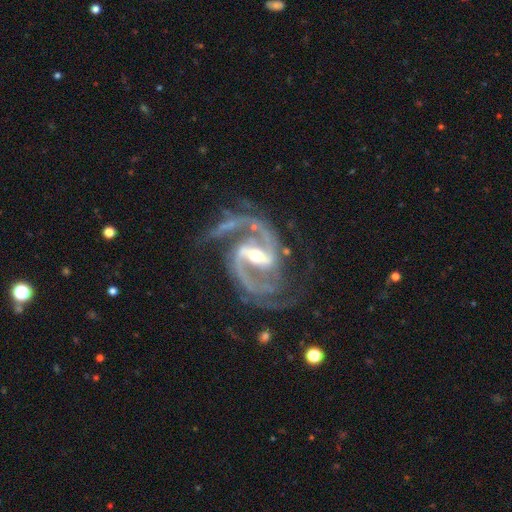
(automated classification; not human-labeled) A featured or disk galaxy (94%) with a strong bar (57%), 2 (92%) medium (65%) spiral arms (99%) and a moderate central bulge (61%). Merging: none (67%).